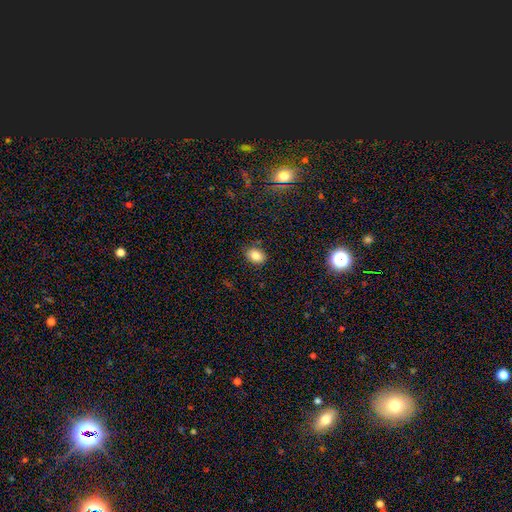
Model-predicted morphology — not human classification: Smooth or featured?
  - smooth: 82% *
  - star or artifact: 10%
  - featured or disk: 8%
How rounded?
  - in between: 76% *
  - round: 23%
  - cigar-shaped: 1%
Merging?
  - none: 84% *
  - minor disturbance: 11%
  - major disturbance: 2%
  - merger: 2%